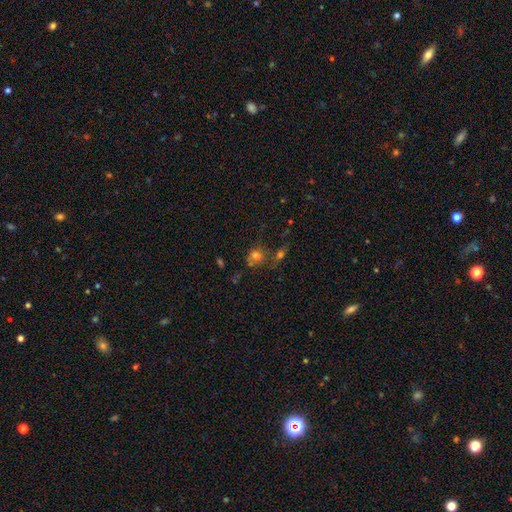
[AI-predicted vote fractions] Smooth or featured? Predicted: smooth (p=0.71). How rounded? Predicted: round (p=0.78). Merging? Predicted: none (p=0.48).